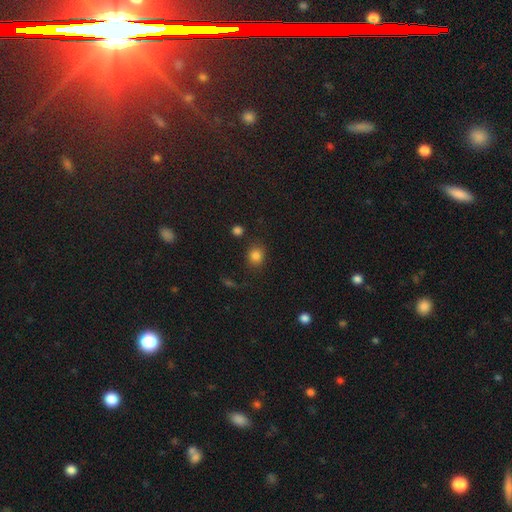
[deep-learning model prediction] A smooth galaxy with no disk features (82%) that is round (74%).

Vote fractions:
- Smooth or featured? smooth: 82% / star or artifact: 12% / featured or disk: 5%
- How rounded? round: 74% / in between: 25% / cigar-shaped: 1%
- Merging? none: 79% / minor disturbance: 12% / major disturbance: 4% / merger: 4%